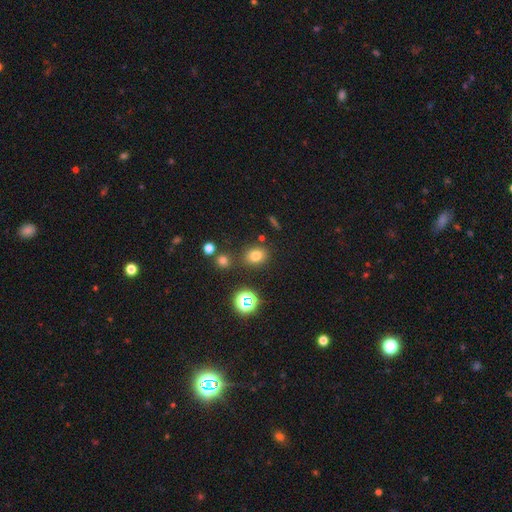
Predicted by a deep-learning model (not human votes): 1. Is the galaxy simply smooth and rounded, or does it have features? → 72% smooth, 20% star or artifact, 8% featured or disk.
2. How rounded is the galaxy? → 55% round, 44% in between, 1% cigar-shaped.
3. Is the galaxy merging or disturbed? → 80% none, 11% minor disturbance, 6% merger, 4% major disturbance.